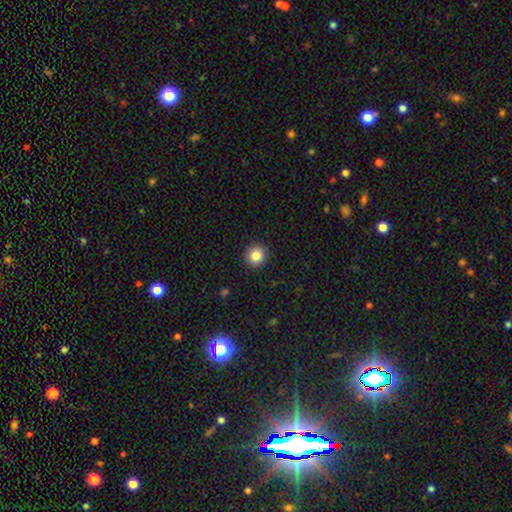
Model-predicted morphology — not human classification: This is clearly a smooth galaxy (85%). How rounded: clearly round (91%). Merging: clearly none (92%).